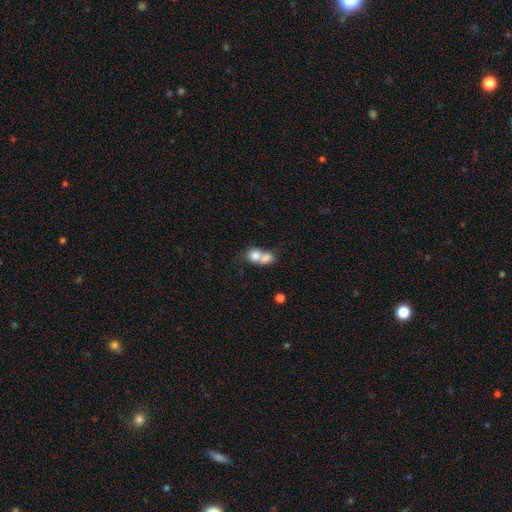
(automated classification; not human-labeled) A smooth galaxy with no disk features (75%) that is round (60%). Merging: merger (74%).